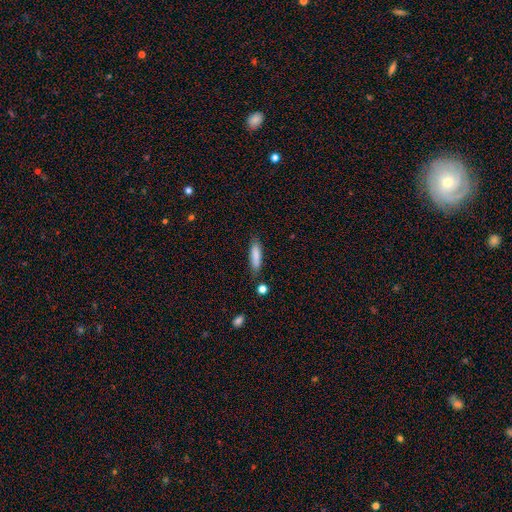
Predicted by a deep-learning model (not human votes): Morphology: type=smooth (83%); roundness=cigar-shaped (71%); merging=none (79%).